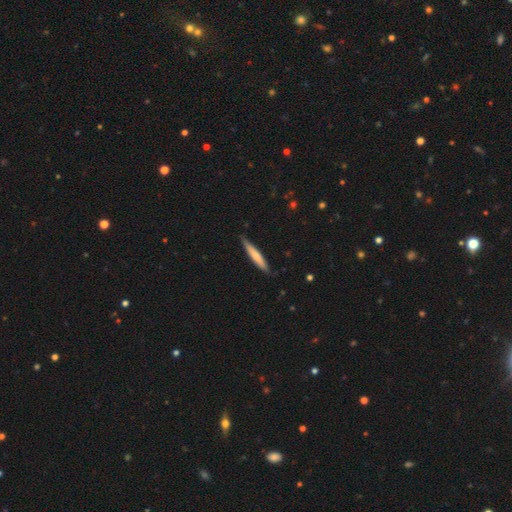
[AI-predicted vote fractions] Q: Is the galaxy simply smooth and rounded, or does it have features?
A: smooth — 65%.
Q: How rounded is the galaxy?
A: cigar-shaped — 93%.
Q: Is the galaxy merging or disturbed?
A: none — 84%.